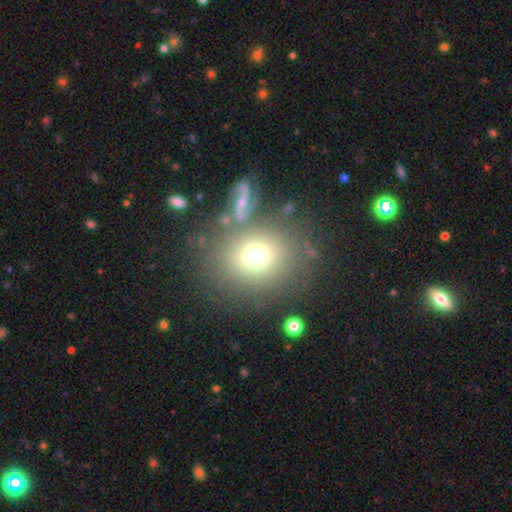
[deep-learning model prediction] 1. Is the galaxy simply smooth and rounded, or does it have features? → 70% smooth, 17% featured or disk, 13% star or artifact.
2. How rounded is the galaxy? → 66% round, 33% in between, 1% cigar-shaped.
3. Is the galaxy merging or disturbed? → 71% none, 13% minor disturbance, 11% merger, 6% major disturbance.